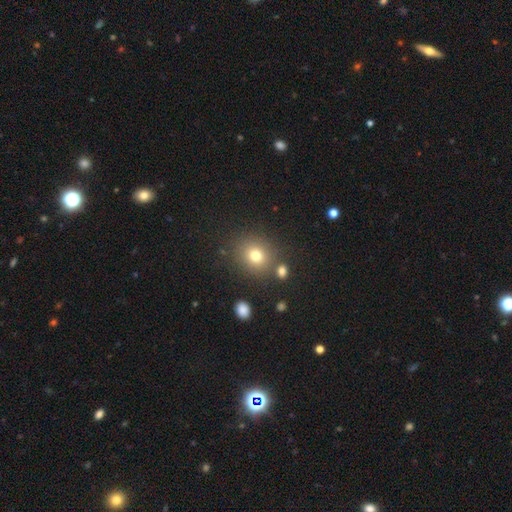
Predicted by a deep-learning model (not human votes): Smooth or featured?
  - smooth: 76% *
  - star or artifact: 15%
  - featured or disk: 9%
How rounded?
  - round: 79% *
  - in between: 20%
  - cigar-shaped: 1%
Merging?
  - none: 80% *
  - minor disturbance: 9%
  - merger: 7%
  - major disturbance: 4%